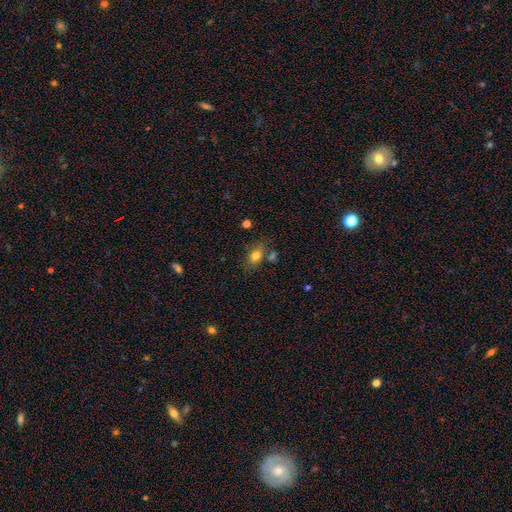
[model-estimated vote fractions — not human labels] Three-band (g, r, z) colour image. It shows a smooth galaxy with no disk features (78%) that is in between round and cigar-shaped (75%). Merging: none (67%).